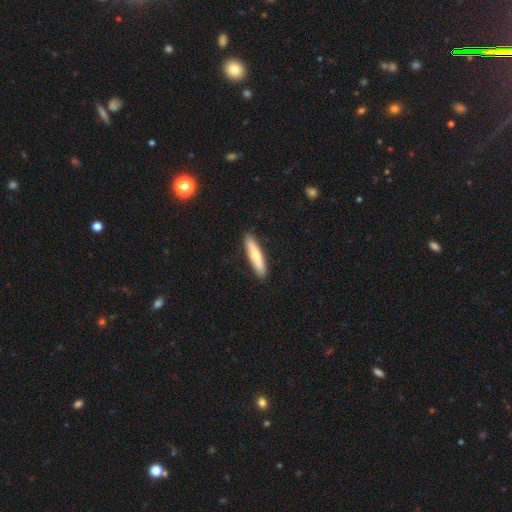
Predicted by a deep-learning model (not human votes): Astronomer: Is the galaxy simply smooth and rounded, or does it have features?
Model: smooth — 67%.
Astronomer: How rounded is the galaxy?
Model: cigar-shaped — 85%.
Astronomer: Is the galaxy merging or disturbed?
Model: none — 91%.